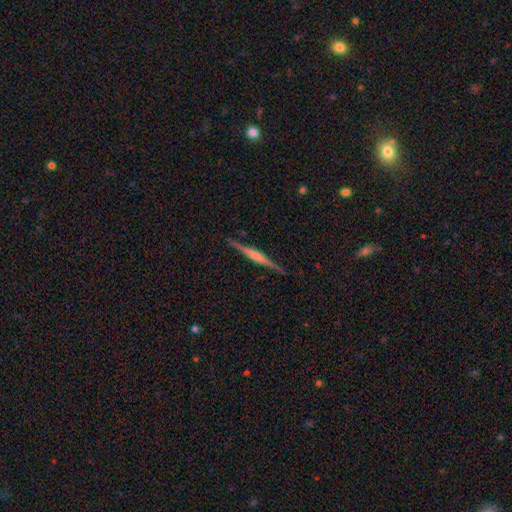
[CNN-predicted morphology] Smooth or featured: featured or disk — 79% (smooth — 15%)
Edge-on disk: yes — 98% (no — 2%)
Edge-on bulge: rounded — 56% (boxy — 31%)
Merging: none — 90% (minor disturbance — 8%)